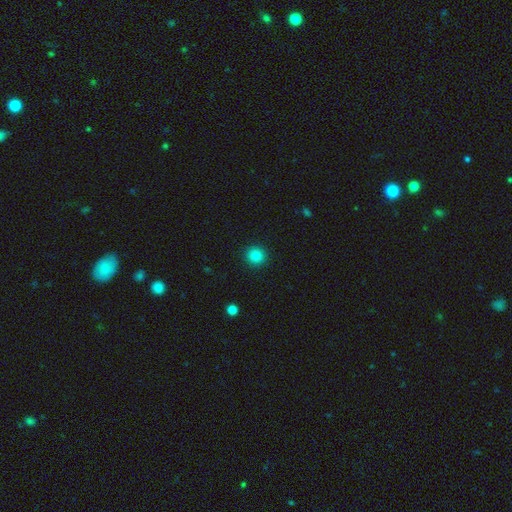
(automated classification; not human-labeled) This appears to be a smooth galaxy with no disk features (86%) that is round (93%). Merging: none (92%).